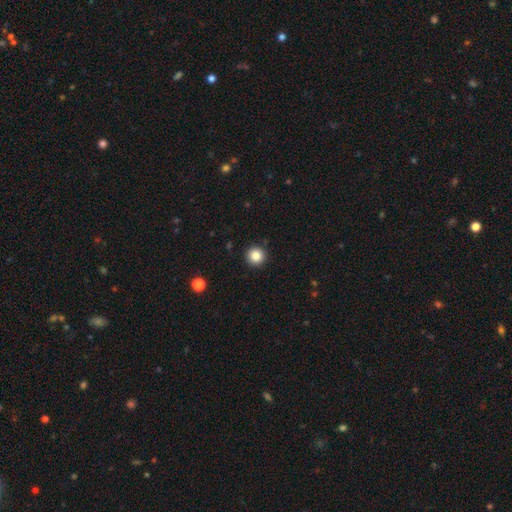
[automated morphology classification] type=smooth (84%); roundness=round (96%); merging=none (93%).